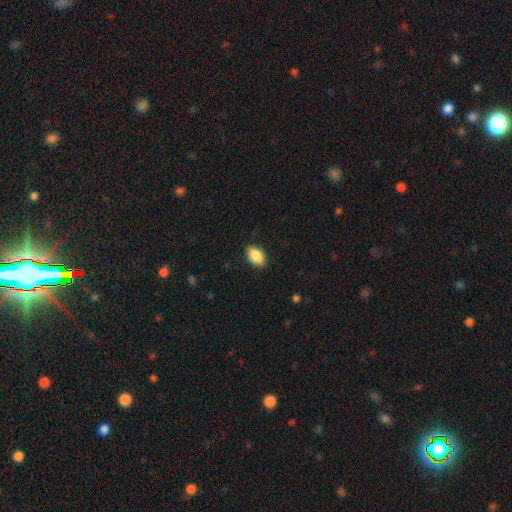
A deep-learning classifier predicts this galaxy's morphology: smooth_or_featured: smooth (p=0.88) [alt: star or artifact p=0.07]
how_rounded: in between (p=0.90) [alt: round p=0.08]
merging: none (p=0.87) [alt: minor disturbance p=0.10]